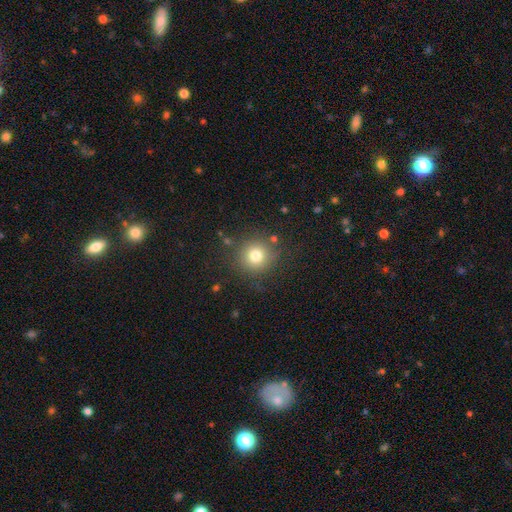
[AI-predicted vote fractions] The model was most divided on "smooth or featured": smooth: 77%, star or artifact: 14%, featured or disk: 9%. More confident: how rounded — round (93%); merging — none (84%).